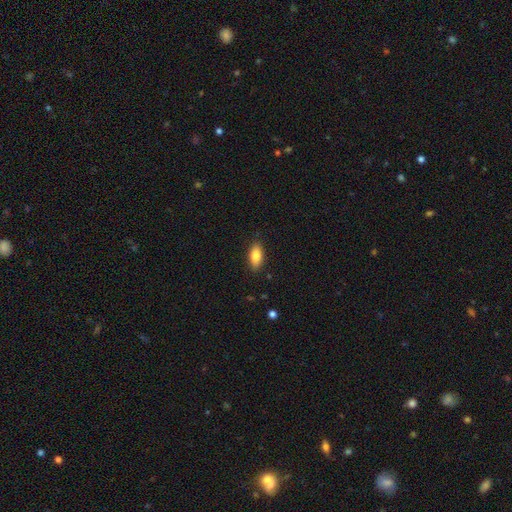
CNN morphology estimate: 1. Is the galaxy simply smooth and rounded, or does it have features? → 83% smooth, 10% featured or disk, 7% star or artifact.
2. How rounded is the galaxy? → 88% in between, 9% cigar-shaped, 3% round.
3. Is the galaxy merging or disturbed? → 87% none, 10% minor disturbance, 2% major disturbance, 1% merger.